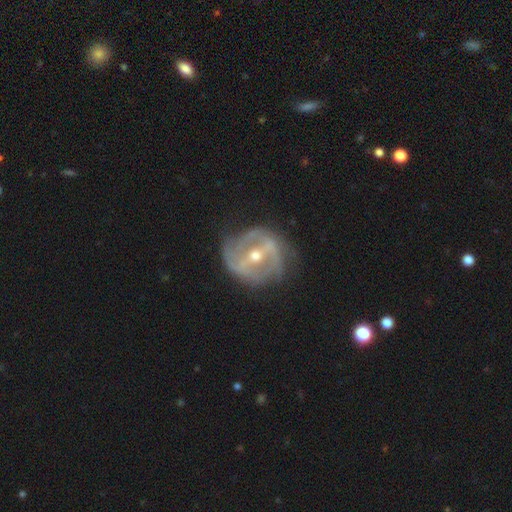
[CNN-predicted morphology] Overall: featured or disk (85%). Edge-on disk: no (94%). Bar: strong (63%; weak 26%). Spiral arms: yes (75%). Spiral arm count: 2 (50%; can't tell 26%). Spiral winding: tight (42%; medium 38%). Bulge size: moderate (57%; small 40%). Merging: none (69%).